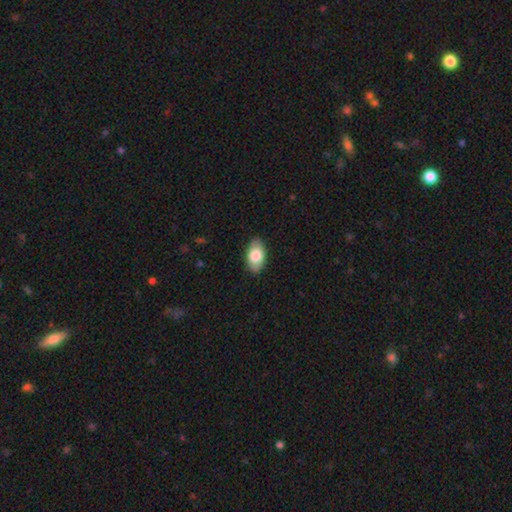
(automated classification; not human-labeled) The model was most divided on "smooth or featured": smooth: 78%, featured or disk: 15%, star or artifact: 6%. More confident: how rounded — in between (93%); merging — none (86%).